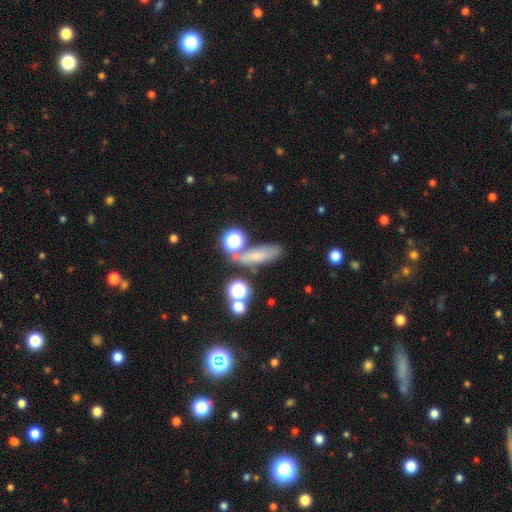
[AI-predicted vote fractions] Q: Smooth or featured?
A: smooth (61%); runner-up: star or artifact (20%)
Q: How rounded?
A: cigar-shaped (43%); runner-up: in between (41%)
Q: Merging?
A: none (62%); runner-up: minor disturbance (16%)